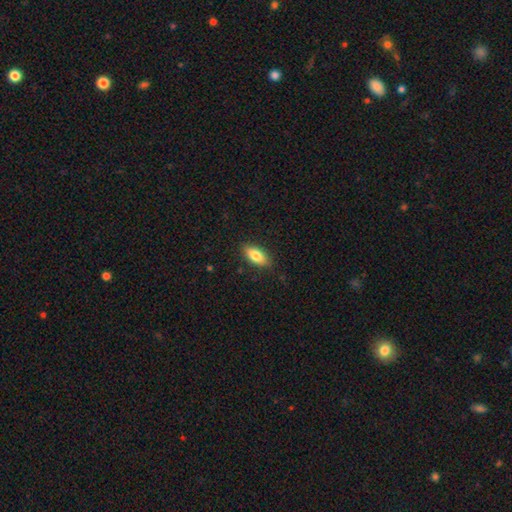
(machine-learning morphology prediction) A smooth galaxy with no disk features (82%) that is in between round and cigar-shaped (86%). Merging: none (87%).